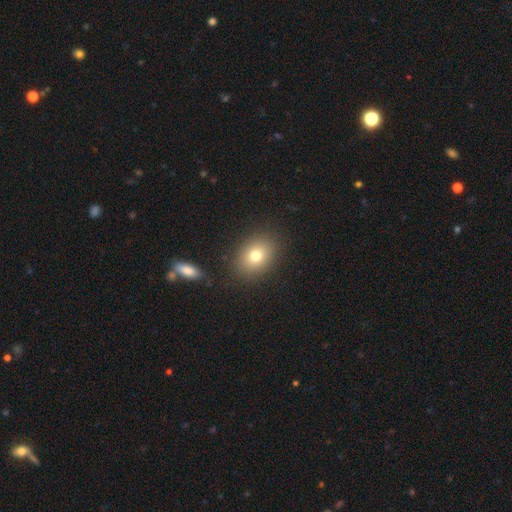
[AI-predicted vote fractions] smooth 76%, featured or disk 12%, star or artifact 12%. Down the decision tree: how rounded — in between (61%); merging — none (85%).